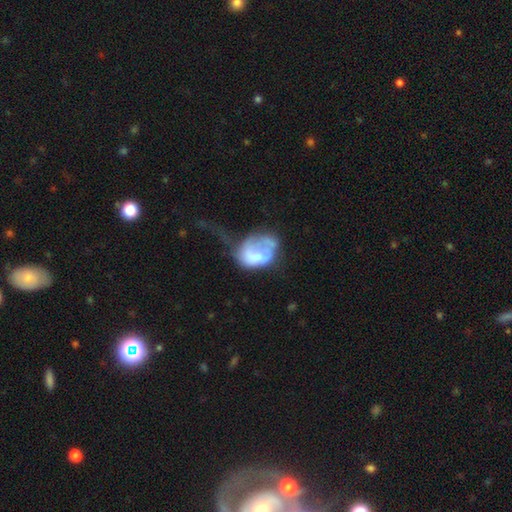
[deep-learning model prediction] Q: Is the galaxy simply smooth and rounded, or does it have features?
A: smooth — 49%.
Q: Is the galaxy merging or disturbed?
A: major disturbance — 53%.